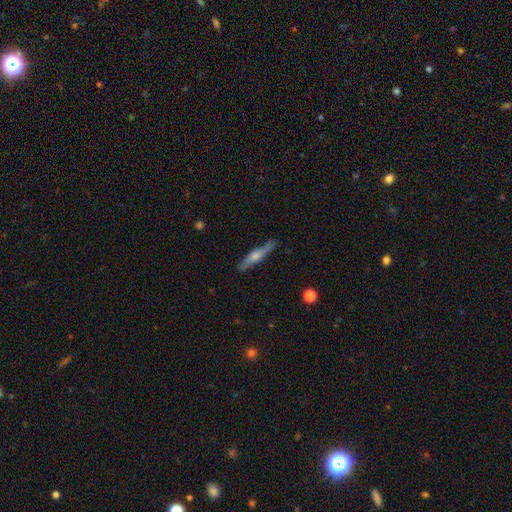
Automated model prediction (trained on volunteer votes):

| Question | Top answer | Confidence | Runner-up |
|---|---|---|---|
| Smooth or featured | featured or disk | 56% | smooth (38%) |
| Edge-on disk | yes | 92% | no (8%) |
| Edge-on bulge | rounded | 77% | boxy (13%) |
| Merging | none | 83% | minor disturbance (13%) |